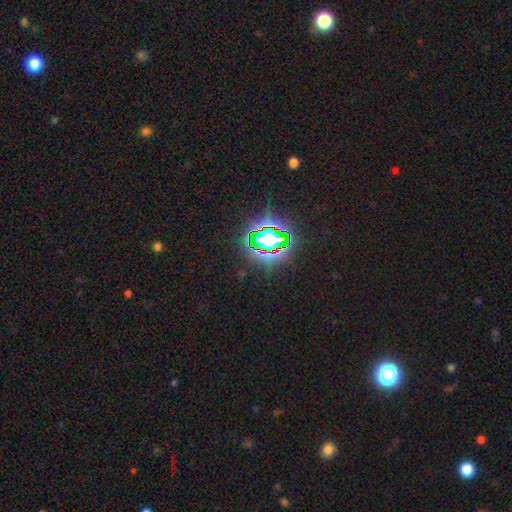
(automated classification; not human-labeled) Smooth or featured? Predicted: star or artifact (p=0.79).